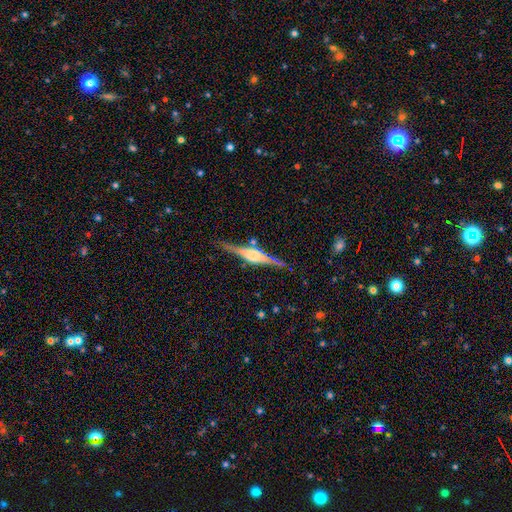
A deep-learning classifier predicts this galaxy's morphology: This appears to be a featured or disk galaxy (79%) viewed edge-on (97%) with a rounded central bulge (72%). Merging: none (83%).